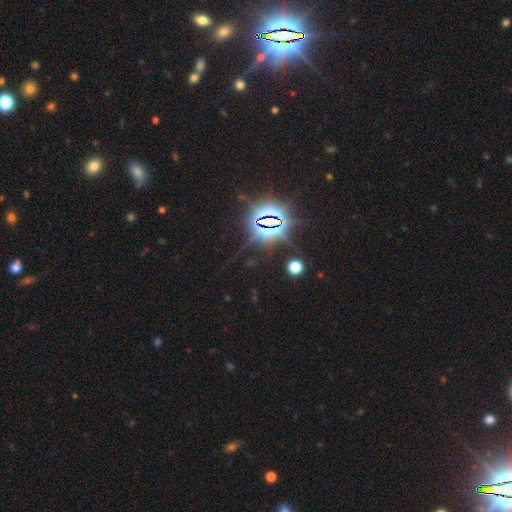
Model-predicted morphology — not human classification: smooth_or_featured: star or artifact (p=0.84) [alt: smooth p=0.10]